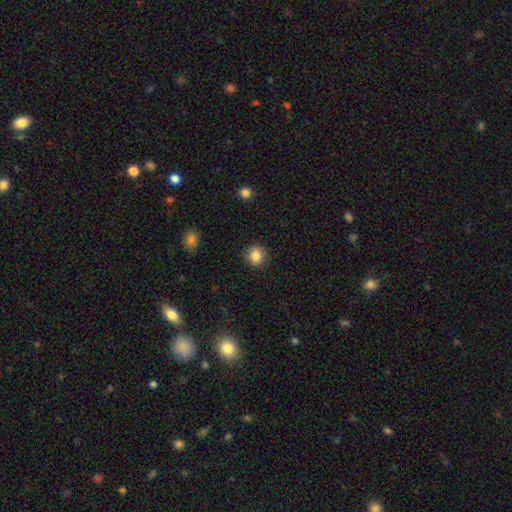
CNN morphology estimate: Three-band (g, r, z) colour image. It shows a smooth galaxy with no disk features (86%) that is round (84%). Merging: none (90%).